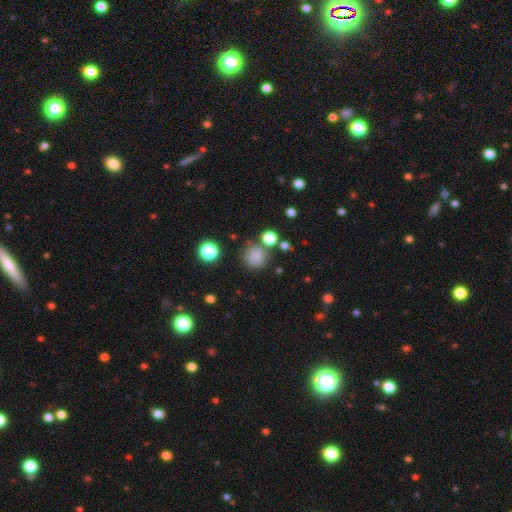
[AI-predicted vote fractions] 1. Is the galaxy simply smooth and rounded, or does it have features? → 80% smooth, 15% star or artifact, 5% featured or disk.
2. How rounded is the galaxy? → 90% round, 9% in between, 1% cigar-shaped.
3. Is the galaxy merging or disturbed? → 77% none, 11% minor disturbance, 7% merger, 4% major disturbance.